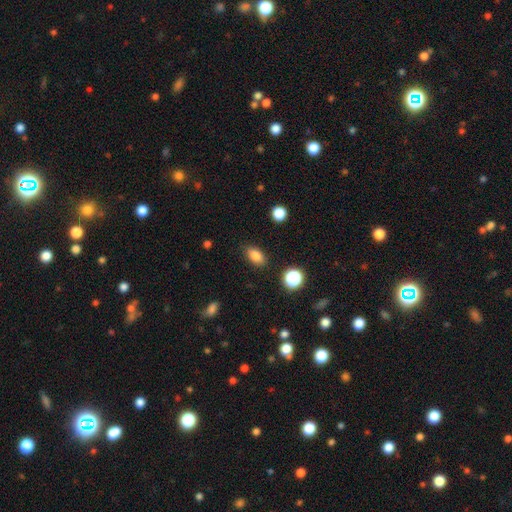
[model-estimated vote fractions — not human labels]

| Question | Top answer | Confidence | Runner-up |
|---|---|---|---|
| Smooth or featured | smooth | 83% | star or artifact (11%) |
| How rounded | in between | 84% | round (12%) |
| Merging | none | 85% | minor disturbance (11%) |